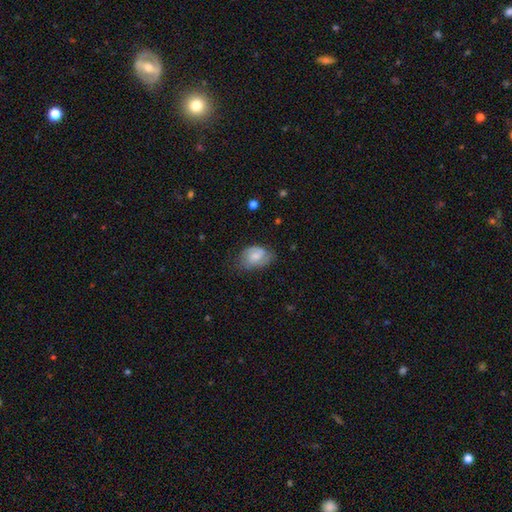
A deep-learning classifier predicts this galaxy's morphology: smooth-or-featured: featured or disk: 48% | smooth: 45% | star or artifact: 8%
  merging: none: 60% | minor disturbance: 28% | major disturbance: 10% | merger: 2%